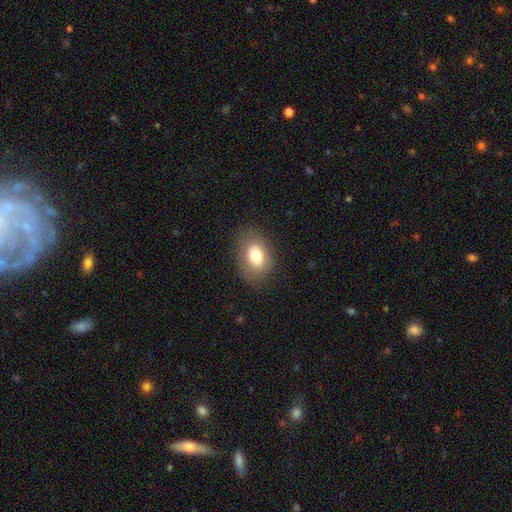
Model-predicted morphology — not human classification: type=smooth (75%); roundness=in between (80%); merging=none (82%).